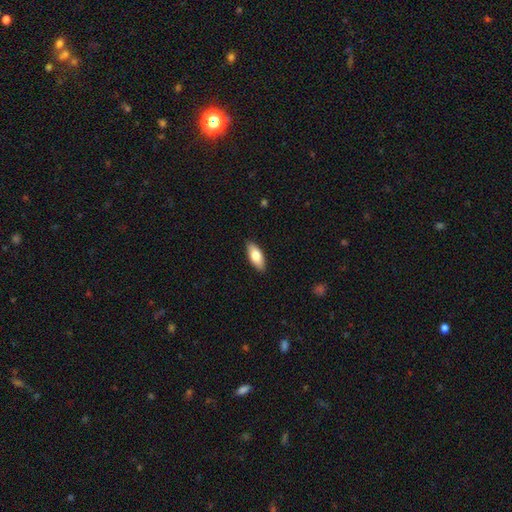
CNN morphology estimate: This appears to be a smooth galaxy with no disk features (76%) that is in between round and cigar-shaped (80%). Merging: none (88%).